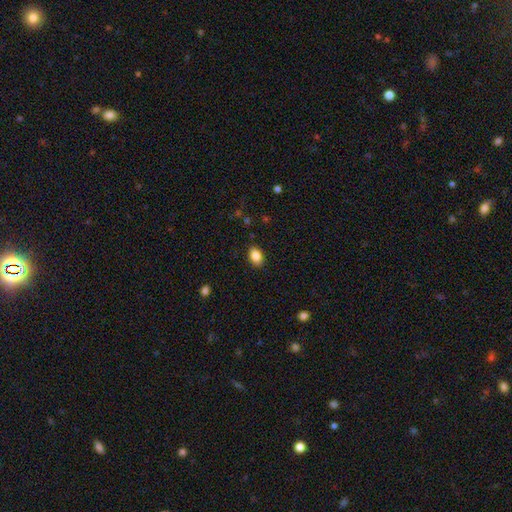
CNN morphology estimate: smooth_or_featured: smooth (p=0.86) [alt: star or artifact p=0.08]
how_rounded: in between (p=0.87) [alt: round p=0.12]
merging: none (p=0.88) [alt: minor disturbance p=0.09]